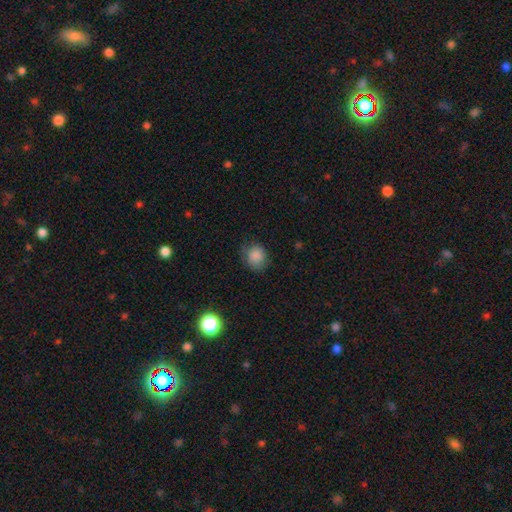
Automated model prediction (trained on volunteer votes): Q: Smooth or featured?
A: smooth (84%); runner-up: star or artifact (10%)
Q: How rounded?
A: round (75%); runner-up: in between (24%)
Q: Merging?
A: none (69%); runner-up: minor disturbance (23%)